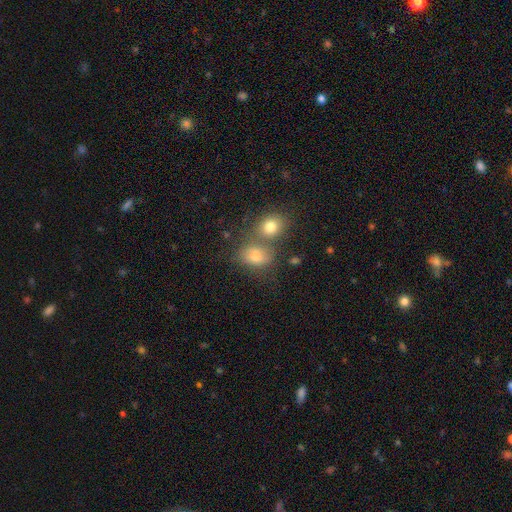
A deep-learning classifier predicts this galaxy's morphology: Overall: smooth (75%). How rounded: in between (56%; round 43%). Merging: none (45%; merger 41%).